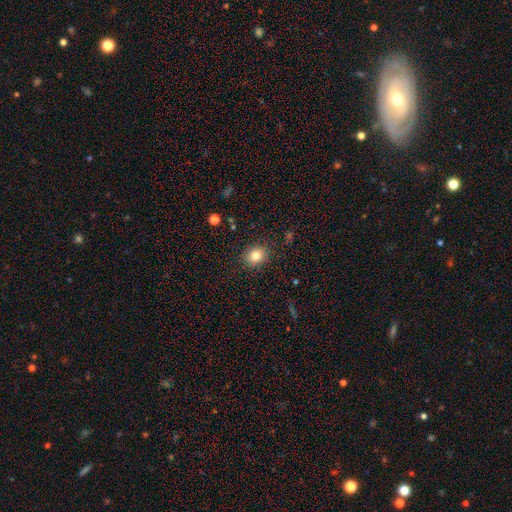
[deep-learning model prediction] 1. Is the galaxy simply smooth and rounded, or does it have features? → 82% smooth, 11% star or artifact, 7% featured or disk.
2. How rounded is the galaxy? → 64% round, 35% in between, 1% cigar-shaped.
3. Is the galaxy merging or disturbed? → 88% none, 9% minor disturbance, 3% major disturbance, 1% merger.